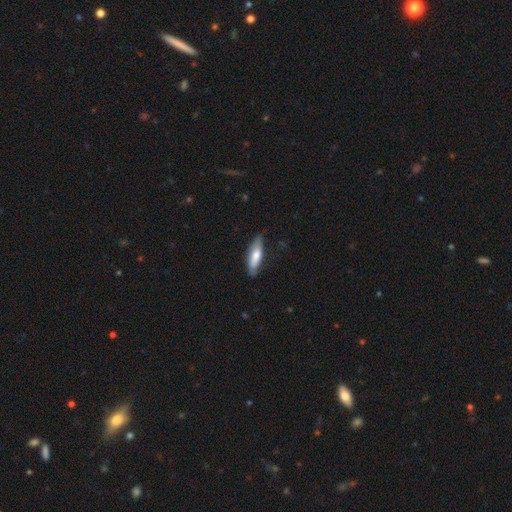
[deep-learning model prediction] Q: Smooth or featured?
A: smooth (68%); runner-up: featured or disk (27%)
Q: How rounded?
A: cigar-shaped (52%); runner-up: in between (46%)
Q: Merging?
A: none (78%); runner-up: minor disturbance (18%)